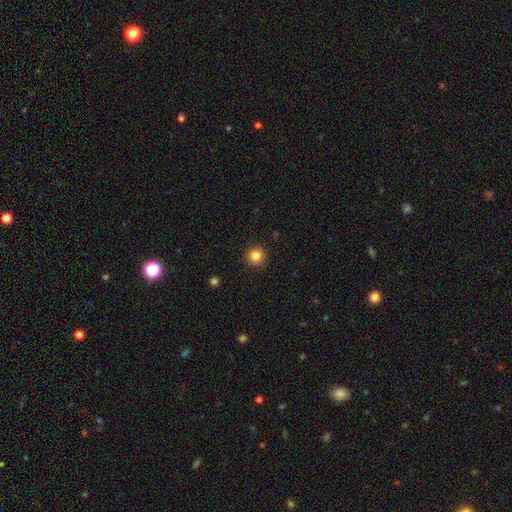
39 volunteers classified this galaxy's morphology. A smooth galaxy with no disk features (90%) that is round (97%).

Vote fractions:
- Smooth or featured? smooth: 90% / star or artifact: 10% / featured or disk: 0%
- How rounded? round: 97% / in between: 3% / cigar-shaped: 0%
- Merging? none: 97% / minor disturbance: 3% / major disturbance: 0% / merger: 0%